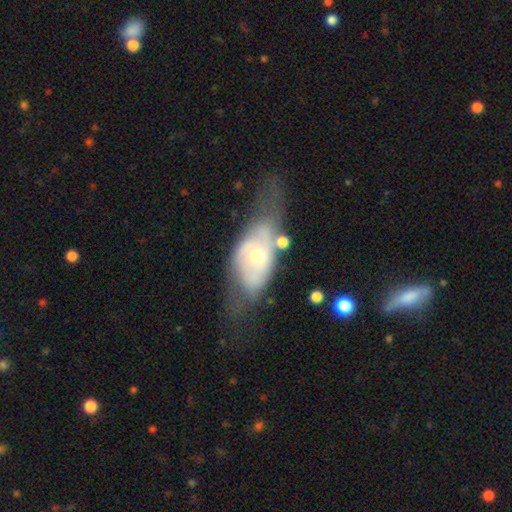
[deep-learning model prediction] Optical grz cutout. It shows a featured or disk galaxy (65%) with no bar (75%), spiral arms (51%) and a moderate central bulge (59%). Merging: none (39%).